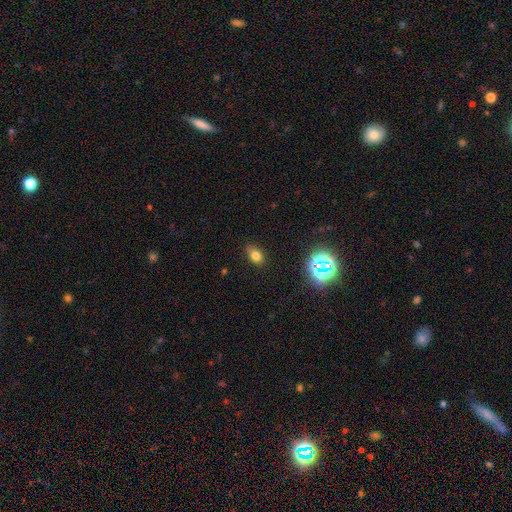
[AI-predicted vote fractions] Smooth or featured? smooth (74%)
How rounded? in between (75%)
Merging? none (76%)